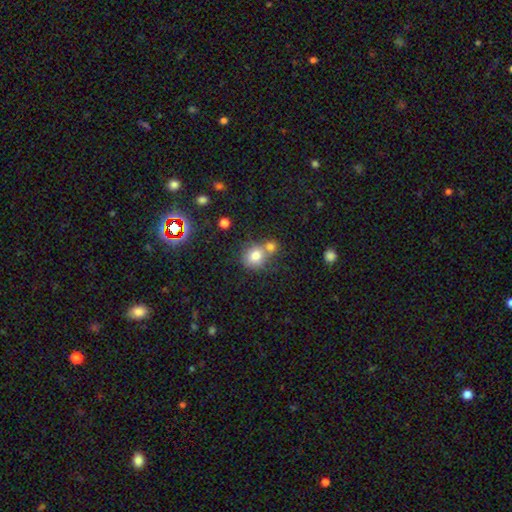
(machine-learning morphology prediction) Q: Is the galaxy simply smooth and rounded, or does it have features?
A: smooth — 77%.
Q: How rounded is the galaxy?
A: round — 77%.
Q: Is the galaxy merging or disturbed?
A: none — 44%.